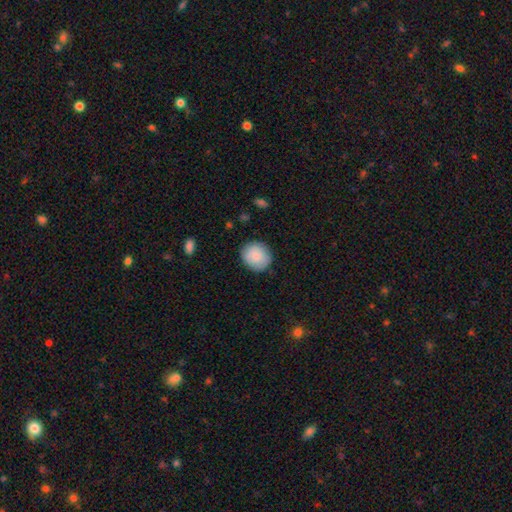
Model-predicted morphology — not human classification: This is clearly a smooth galaxy (87%). How rounded: clearly round (86%). Merging: clearly none (87%).